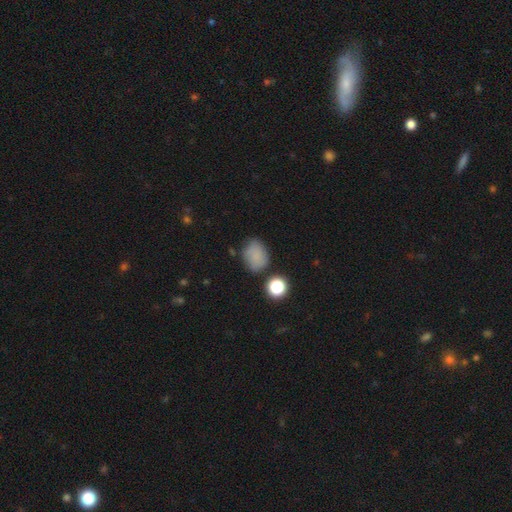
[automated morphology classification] The model was most divided on "how rounded": in between: 57%, round: 41%, cigar-shaped: 1%. More confident: smooth or featured — smooth (77%); merging — none (65%).